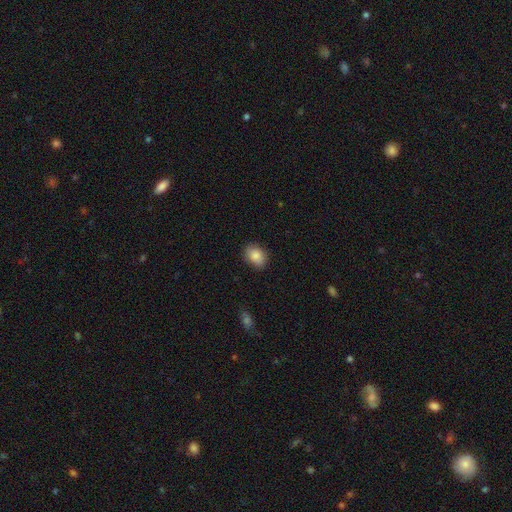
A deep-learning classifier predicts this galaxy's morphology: This appears to be a smooth galaxy with no disk features (86%) that is in between round and cigar-shaped (68%). Merging: none (81%).